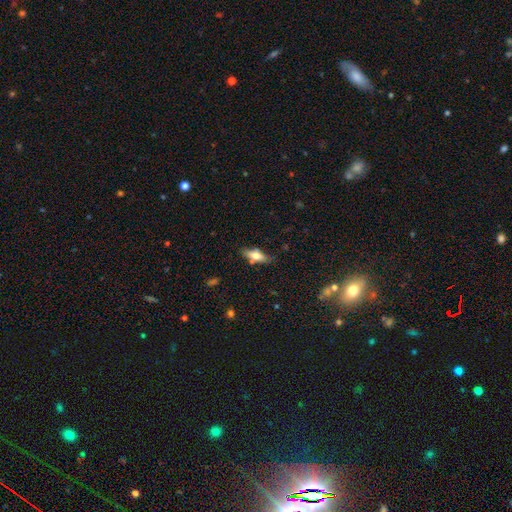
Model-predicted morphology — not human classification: Smooth or featured? Predicted: smooth (p=0.58). How rounded? Predicted: in between (p=0.58). Merging? Predicted: none (p=0.71).